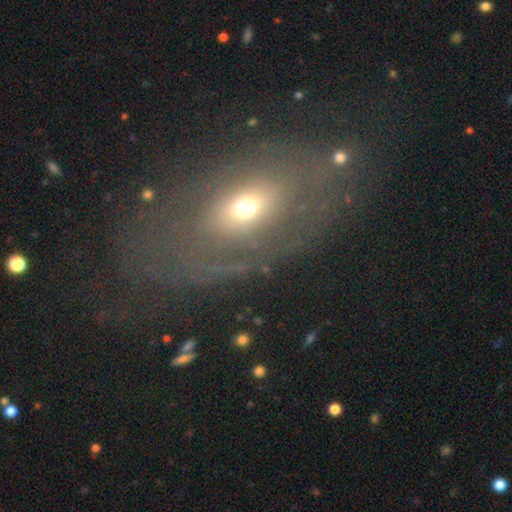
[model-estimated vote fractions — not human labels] Smooth or featured? Predicted: featured or disk (p=0.50). Edge-on disk? Predicted: no (p=0.87). Merging? Predicted: none (p=0.66).